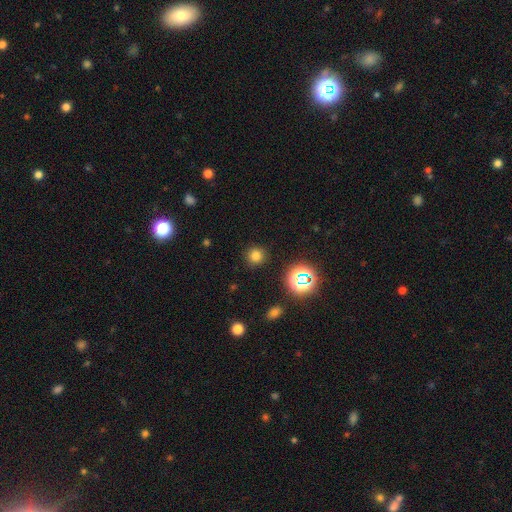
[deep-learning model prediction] The model was most divided on "smooth or featured": smooth: 73%, star or artifact: 21%, featured or disk: 5%. More confident: how rounded — round (92%); merging — none (88%).